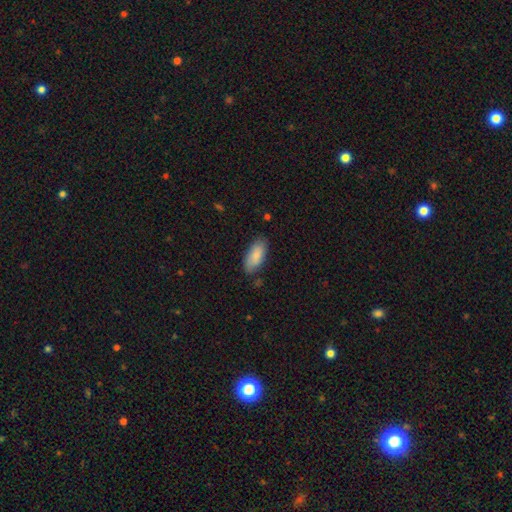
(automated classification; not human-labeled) Q: Smooth or featured?
A: smooth (84%); runner-up: featured or disk (10%)
Q: How rounded?
A: in between (89%); runner-up: cigar-shaped (9%)
Q: Merging?
A: none (80%); runner-up: minor disturbance (16%)